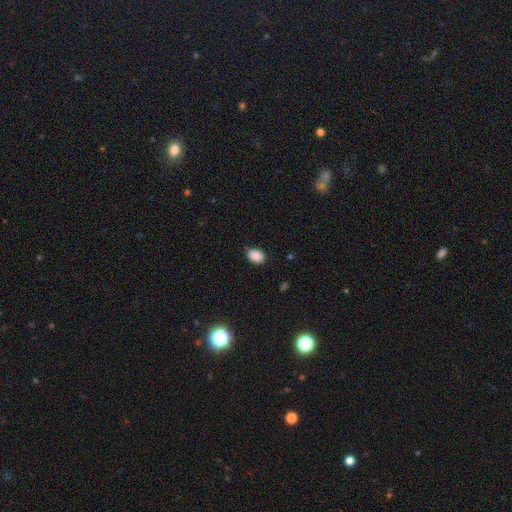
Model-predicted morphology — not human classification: Overall: smooth (88%). How rounded: in between (73%). Merging: none (79%).